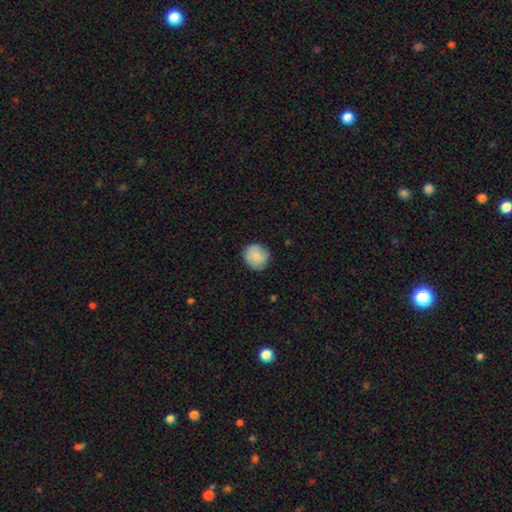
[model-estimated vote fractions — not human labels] This appears to be a smooth galaxy with no disk features (81%) that is round (89%). Merging: none (83%).